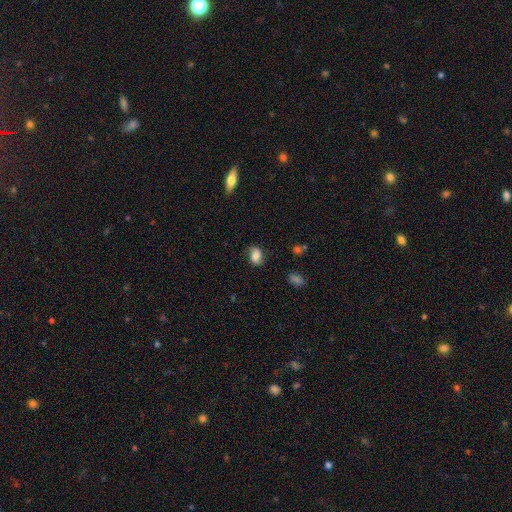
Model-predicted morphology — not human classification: This appears to be a smooth galaxy with no disk features (66%) that is in between round and cigar-shaped (74%). Merging: none (72%).